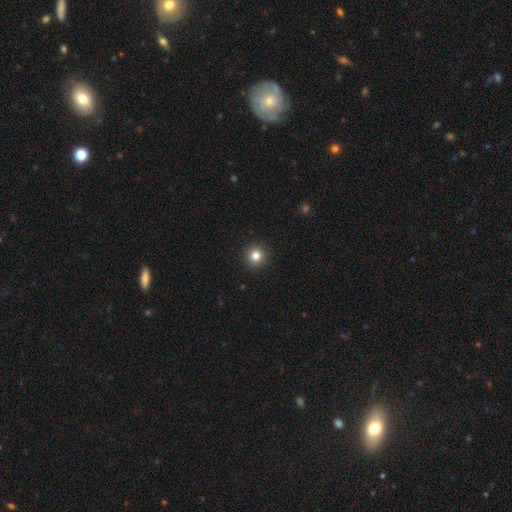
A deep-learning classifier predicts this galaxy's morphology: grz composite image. It shows a smooth galaxy with no disk features (83%) that is round (95%). Merging: none (93%).